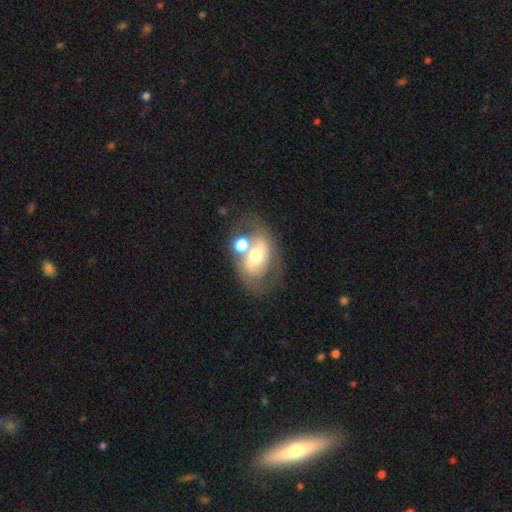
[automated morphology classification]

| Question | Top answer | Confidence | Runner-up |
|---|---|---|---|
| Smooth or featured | featured or disk | 49% | smooth (40%) |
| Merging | none | 45% | merger (29%) |